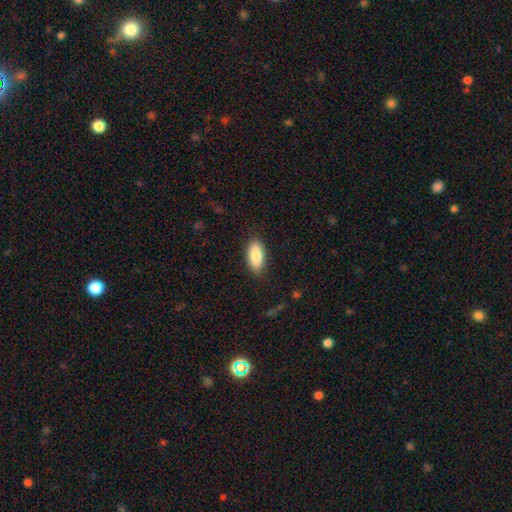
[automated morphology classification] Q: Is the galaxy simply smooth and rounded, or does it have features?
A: smooth — 85%.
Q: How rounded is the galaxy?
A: in between — 83%.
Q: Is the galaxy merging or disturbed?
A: none — 87%.